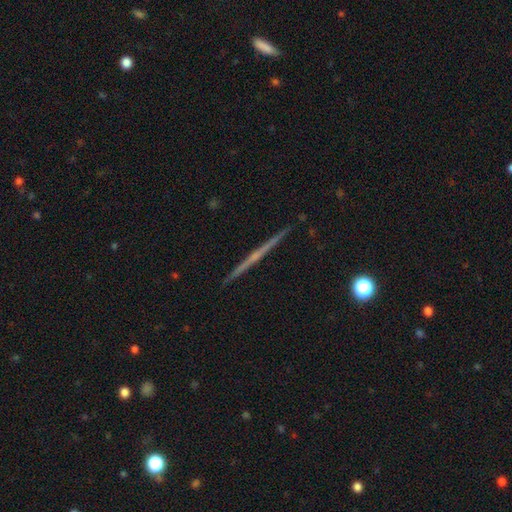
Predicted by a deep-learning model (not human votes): Smooth or featured: featured or disk — 73% (smooth — 20%)
Edge-on disk: yes — 98% (no — 2%)
Edge-on bulge: none — 61% (rounded — 33%)
Merging: none — 93% (minor disturbance — 5%)